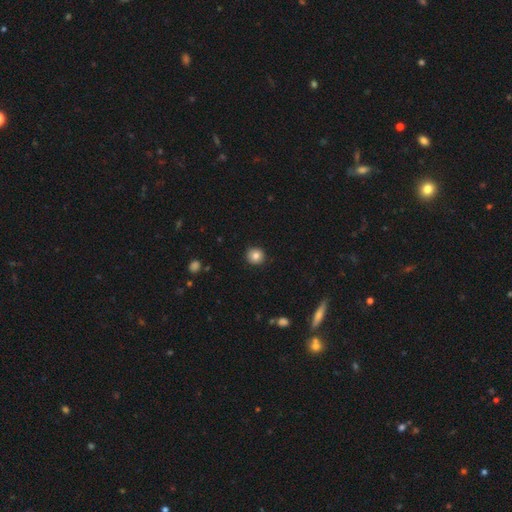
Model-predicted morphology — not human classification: The model was most divided on "smooth or featured": smooth: 82%, star or artifact: 10%, featured or disk: 8%. More confident: how rounded — round (92%); merging — none (91%).